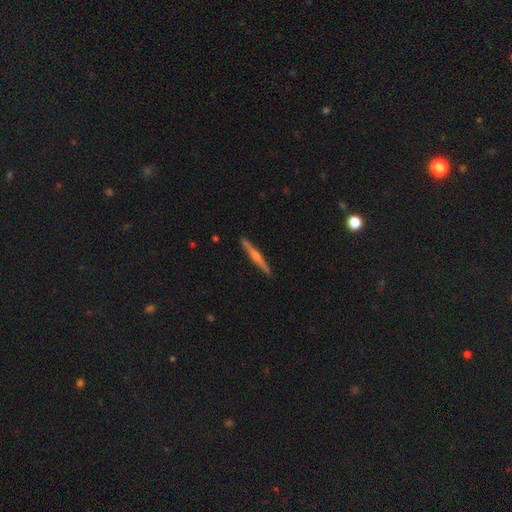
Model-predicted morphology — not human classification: The model was most divided on "smooth or featured": featured or disk: 69%, smooth: 25%, star or artifact: 6%. More confident: edge-on disk — yes (98%); merging — none (92%); edge-on bulge — rounded (81%).